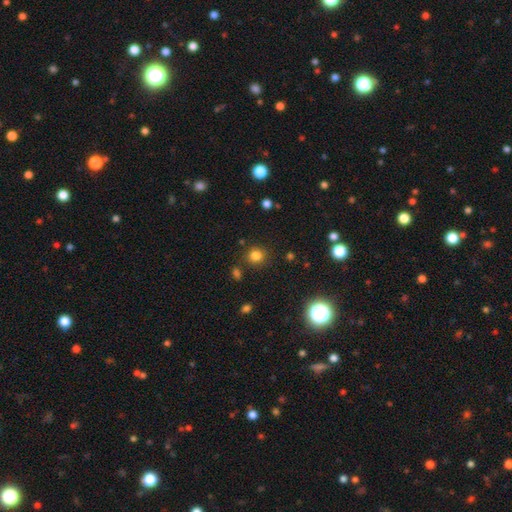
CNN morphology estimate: smooth 80%, star or artifact 15%, featured or disk 5%. Down the decision tree: how rounded — round (84%); merging — none (83%).